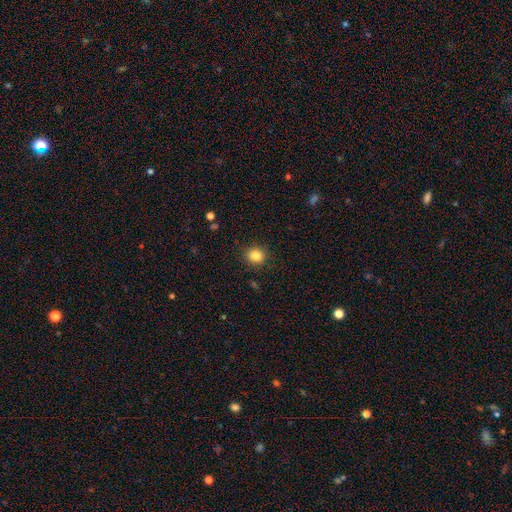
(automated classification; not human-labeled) A smooth galaxy with no disk features (84%) that is round (86%).

Vote fractions:
- Smooth or featured? smooth: 84% / star or artifact: 11% / featured or disk: 5%
- How rounded? round: 86% / in between: 13% / cigar-shaped: 1%
- Merging? none: 89% / minor disturbance: 7% / major disturbance: 2% / merger: 1%